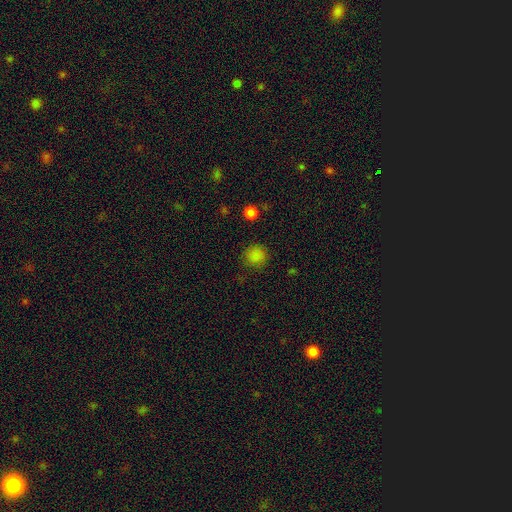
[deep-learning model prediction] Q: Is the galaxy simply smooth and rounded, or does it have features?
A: smooth — 83%.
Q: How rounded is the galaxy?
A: round — 91%.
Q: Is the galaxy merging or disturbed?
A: none — 85%.